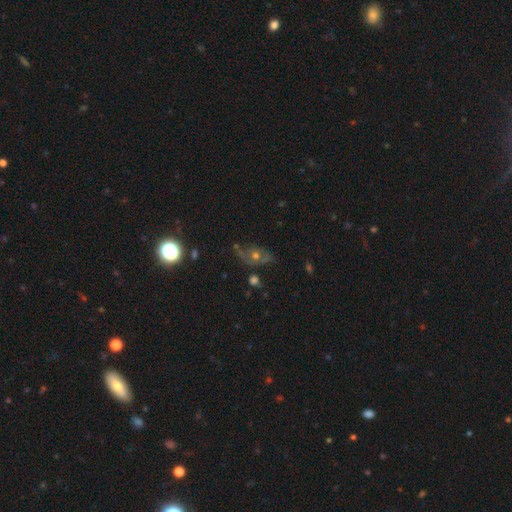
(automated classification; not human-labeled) Smooth or featured? featured or disk (49%)
Merging? none (57%)